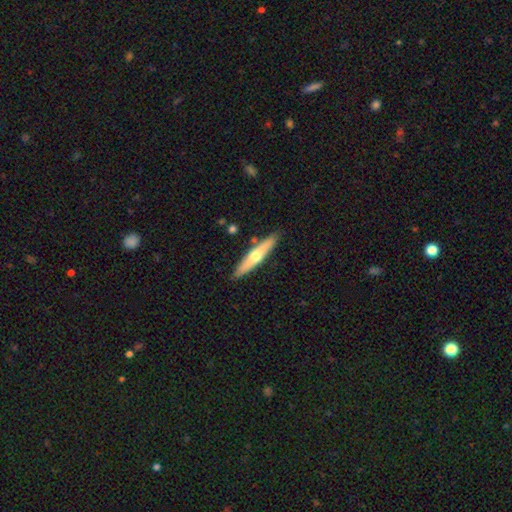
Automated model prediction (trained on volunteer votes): Q: Smooth or featured?
A: featured or disk (49%); runner-up: smooth (46%)
Q: Merging?
A: none (87%); runner-up: minor disturbance (9%)